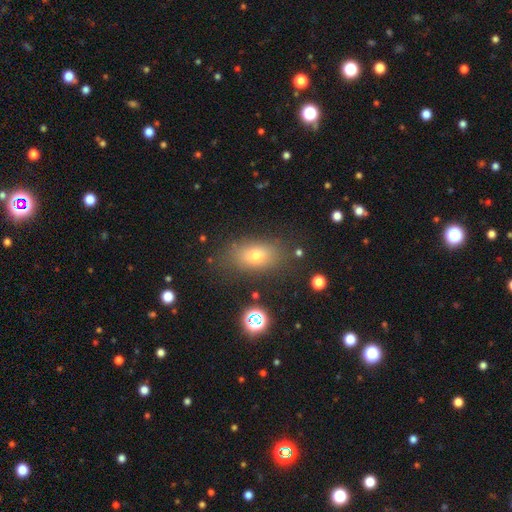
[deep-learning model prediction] A smooth galaxy with no disk features (69%) that is in between round and cigar-shaped (82%).

Vote fractions:
- Smooth or featured? smooth: 69% / featured or disk: 16% / star or artifact: 15%
- How rounded? in between: 82% / round: 15% / cigar-shaped: 4%
- Merging? none: 77% / minor disturbance: 14% / major disturbance: 6% / merger: 3%